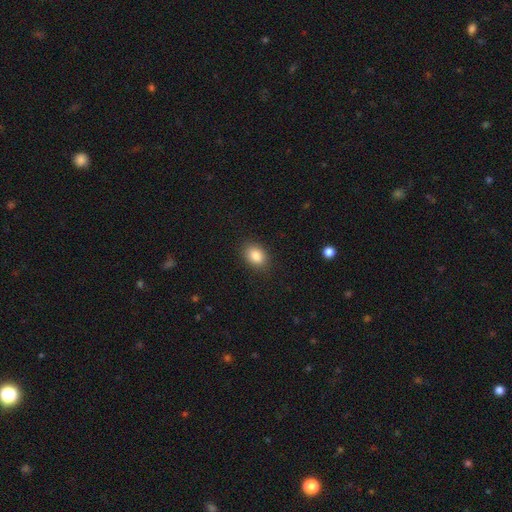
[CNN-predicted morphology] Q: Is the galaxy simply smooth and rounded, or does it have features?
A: smooth — 86%.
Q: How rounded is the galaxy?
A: in between — 70%.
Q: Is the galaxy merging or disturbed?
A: none — 88%.